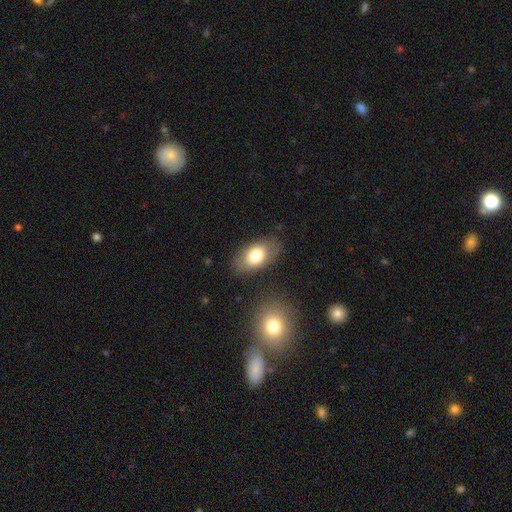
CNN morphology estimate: Smooth or featured?
  - smooth: 74% *
  - featured or disk: 18%
  - star or artifact: 7%
How rounded?
  - in between: 91% *
  - round: 7%
  - cigar-shaped: 2%
Merging?
  - none: 82% *
  - minor disturbance: 12%
  - major disturbance: 4%
  - merger: 2%